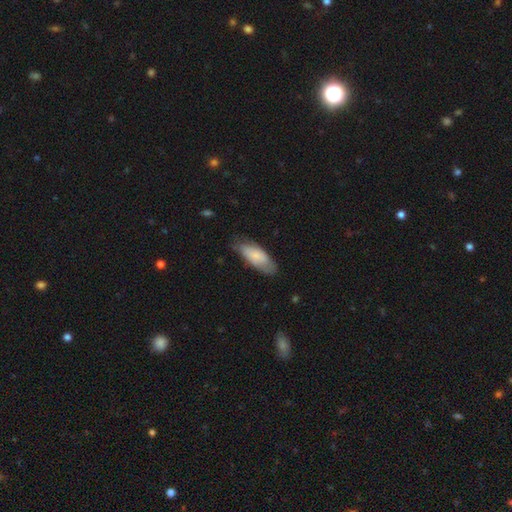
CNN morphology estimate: This is likely a smooth galaxy (75%). How rounded: likely in between (78%). Merging: likely none (69%).